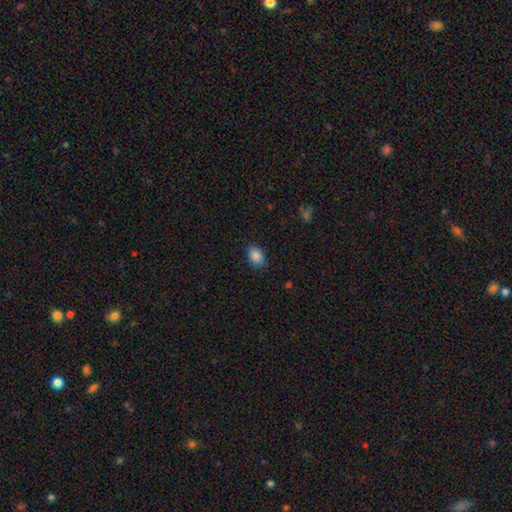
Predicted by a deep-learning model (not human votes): Morphology: type=smooth (87%); roundness=in between (82%); merging=none (83%).